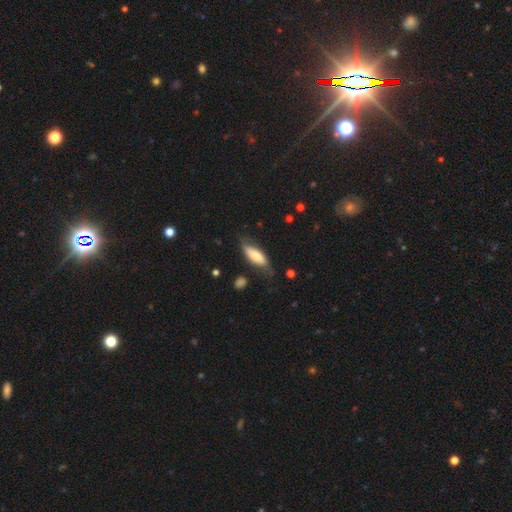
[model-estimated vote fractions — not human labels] A smooth galaxy with no disk features (66%) that is in between round and cigar-shaped (73%).

Vote fractions:
- Smooth or featured? smooth: 66% / featured or disk: 28% / star or artifact: 6%
- How rounded? in between: 73% / cigar-shaped: 25% / round: 2%
- Merging? none: 59% / minor disturbance: 29% / major disturbance: 10% / merger: 2%